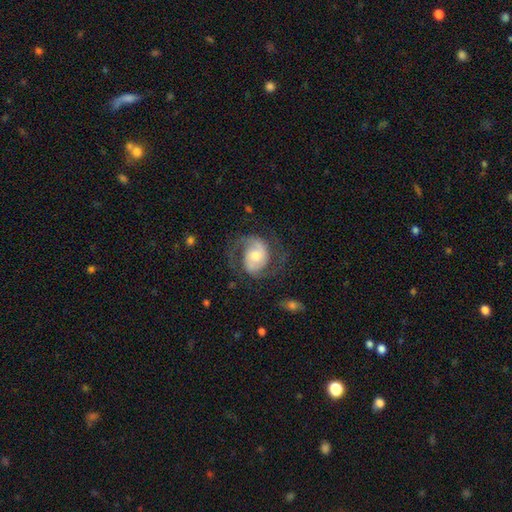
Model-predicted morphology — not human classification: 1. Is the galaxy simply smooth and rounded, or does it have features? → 83% featured or disk, 11% smooth, 6% star or artifact.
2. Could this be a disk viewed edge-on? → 98% no, 2% yes.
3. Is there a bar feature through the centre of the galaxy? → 57% no, 35% weak, 8% strong.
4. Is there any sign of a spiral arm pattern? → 95% yes, 5% no.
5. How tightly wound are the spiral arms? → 53% medium, 26% tight, 20% loose.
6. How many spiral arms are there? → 89% 2, 4% can't tell, 3% 1, 2% 3, 1% 4, 1% more than 4.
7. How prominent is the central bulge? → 57% moderate, 23% small, 15% large, 3% none, 2% dominant.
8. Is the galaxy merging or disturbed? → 69% none, 16% minor disturbance, 13% major disturbance, 1% merger.